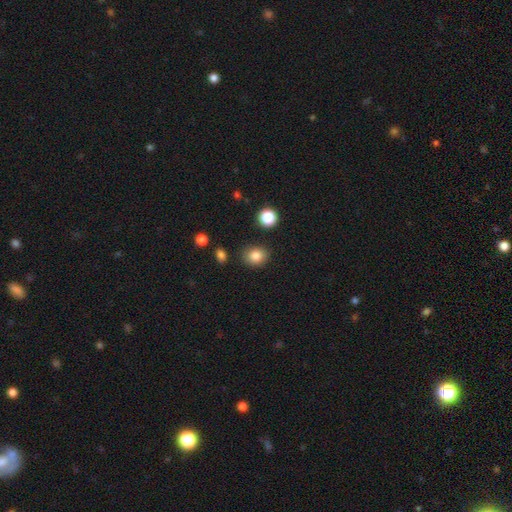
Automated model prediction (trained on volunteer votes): Q: Smooth or featured?
A: smooth (84%); runner-up: star or artifact (10%)
Q: How rounded?
A: round (63%); runner-up: in between (36%)
Q: Merging?
A: none (84%); runner-up: minor disturbance (10%)